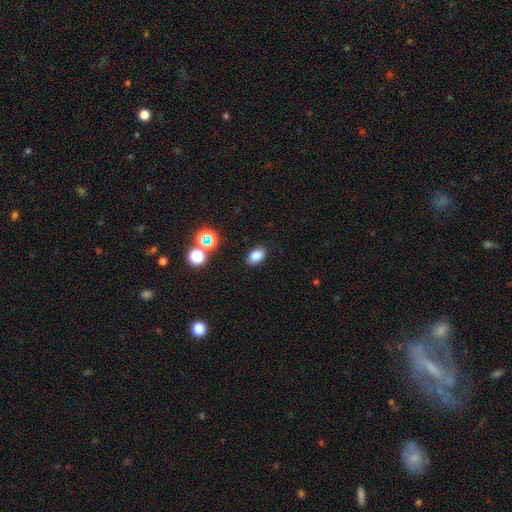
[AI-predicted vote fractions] Morphology: type=smooth (81%); roundness=in between (87%); merging=none (87%).